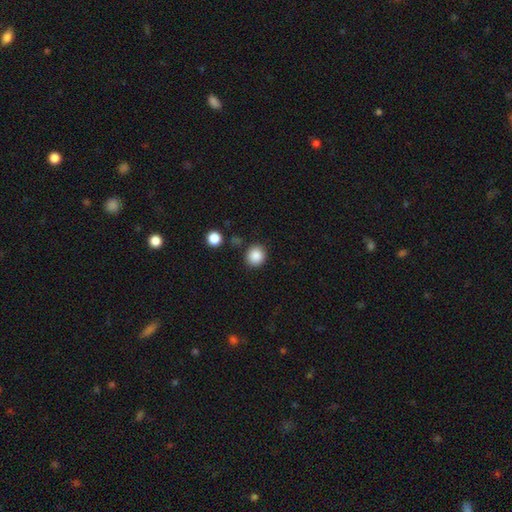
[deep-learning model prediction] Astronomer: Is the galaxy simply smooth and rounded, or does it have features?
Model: smooth — 87%.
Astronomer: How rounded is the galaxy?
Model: round — 86%.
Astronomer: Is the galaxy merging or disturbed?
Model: none — 86%.